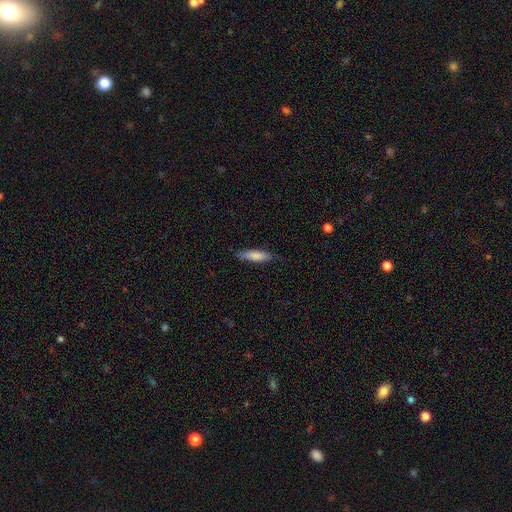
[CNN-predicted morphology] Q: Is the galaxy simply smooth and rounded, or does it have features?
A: smooth — 81%.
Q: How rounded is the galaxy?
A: cigar-shaped — 68%.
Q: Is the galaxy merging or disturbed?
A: none — 81%.